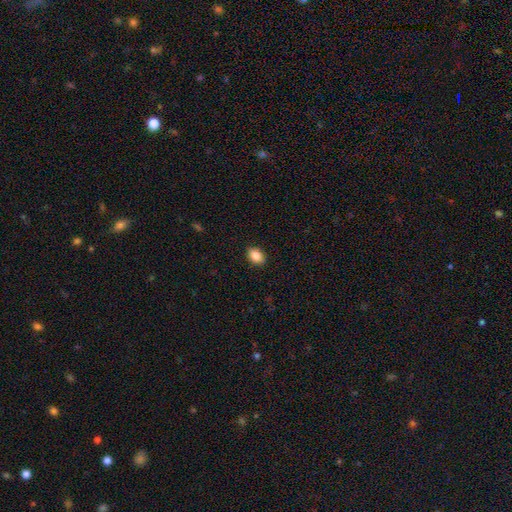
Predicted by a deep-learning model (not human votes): smooth-or-featured: smooth: 88% | star or artifact: 8% | featured or disk: 4%
  how-rounded: in between: 82% | round: 17% | cigar-shaped: 1%
  merging: none: 90% | minor disturbance: 7% | major disturbance: 2% | merger: 1%